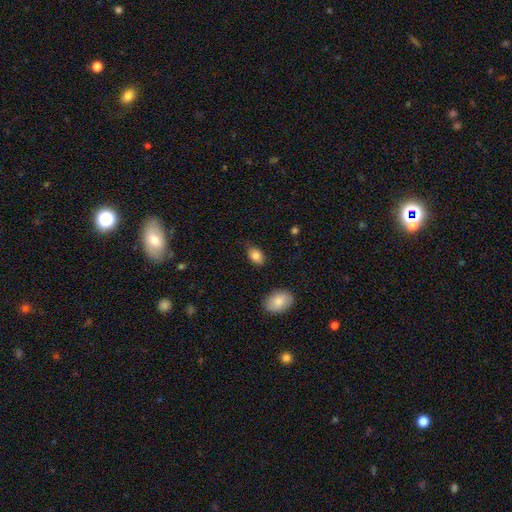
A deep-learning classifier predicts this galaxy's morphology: This is clearly a smooth galaxy (84%). How rounded: clearly in between (83%). Merging: likely none (72%).